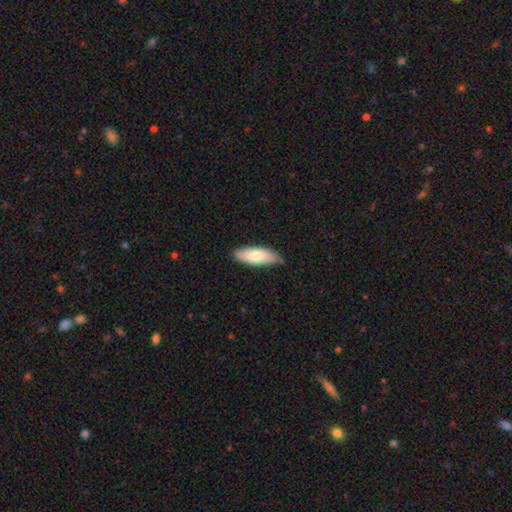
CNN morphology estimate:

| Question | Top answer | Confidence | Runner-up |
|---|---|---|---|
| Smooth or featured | smooth | 77% | featured or disk (18%) |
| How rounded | in between | 70% | cigar-shaped (28%) |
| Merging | none | 81% | minor disturbance (15%) |